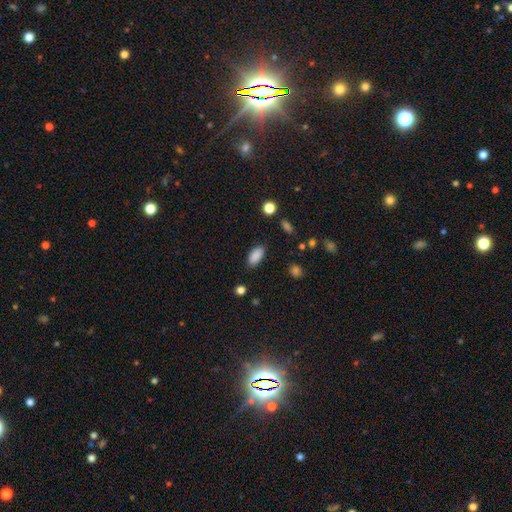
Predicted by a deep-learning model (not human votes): smooth 88%, star or artifact 9%, featured or disk 4%. Down the decision tree: how rounded — in between (91%); merging — none (86%).